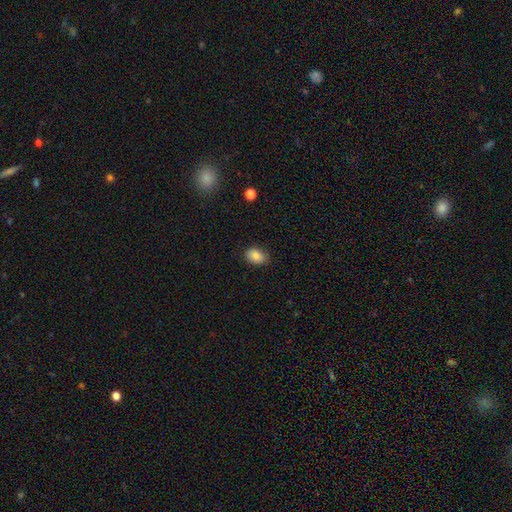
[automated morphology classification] A smooth galaxy with no disk features (85%) that is in between round and cigar-shaped (77%).

Vote fractions:
- Smooth or featured? smooth: 85% / star or artifact: 9% / featured or disk: 7%
- How rounded? in between: 77% / round: 22% / cigar-shaped: 1%
- Merging? none: 82% / minor disturbance: 14% / major disturbance: 3% / merger: 1%